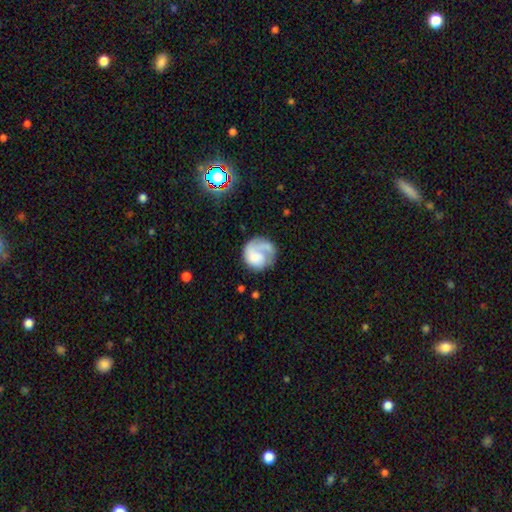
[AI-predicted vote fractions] smooth_or_featured: featured or disk (p=0.47) [alt: smooth p=0.46]
merging: none (p=0.51) [alt: major disturbance p=0.24]